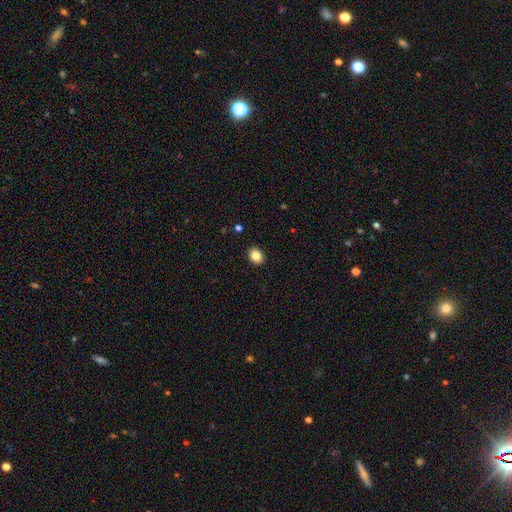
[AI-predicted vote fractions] Smooth or featured: smooth — 85% (star or artifact — 9%)
How rounded: in between — 58% (round — 41%)
Merging: none — 91% (minor disturbance — 6%)